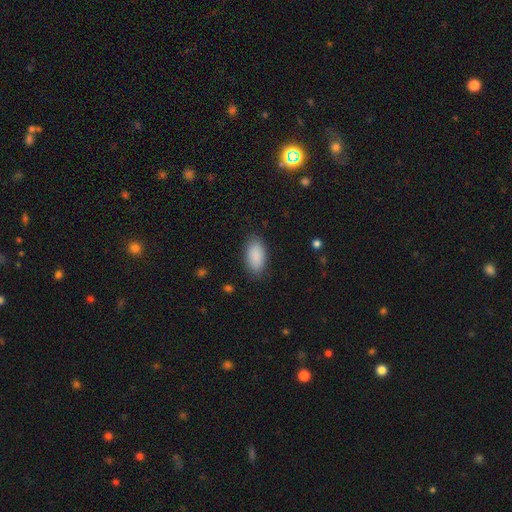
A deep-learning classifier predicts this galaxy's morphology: smooth_or_featured: smooth (p=0.89) [alt: star or artifact p=0.06]
how_rounded: in between (p=0.94) [alt: cigar-shaped p=0.04]
merging: none (p=0.85) [alt: minor disturbance p=0.11]